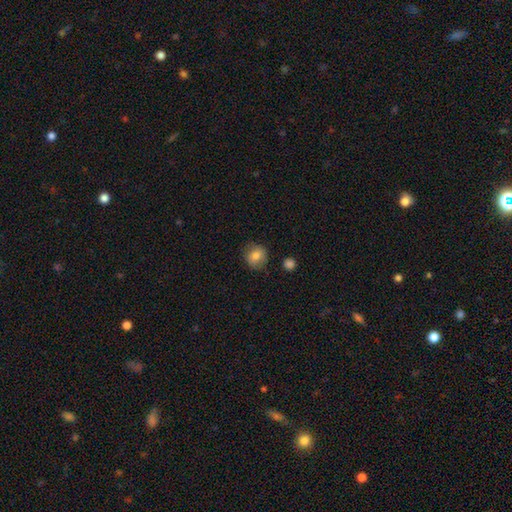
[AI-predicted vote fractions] Smooth or featured?
  - smooth: 79% *
  - featured or disk: 12%
  - star or artifact: 9%
How rounded?
  - round: 79% *
  - in between: 20%
  - cigar-shaped: 1%
Merging?
  - none: 77% *
  - minor disturbance: 16%
  - major disturbance: 5%
  - merger: 2%